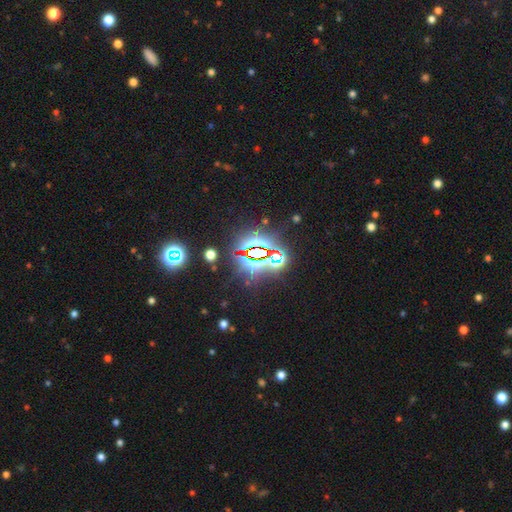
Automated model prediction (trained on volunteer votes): The model was most divided on "smooth or featured": star or artifact: 81%, smooth: 11%, featured or disk: 8%.